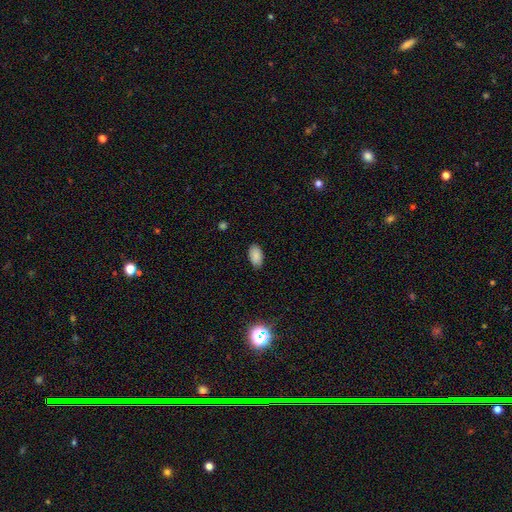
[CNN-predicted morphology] This is clearly a smooth galaxy (86%). How rounded: clearly in between (94%). Merging: clearly none (84%).